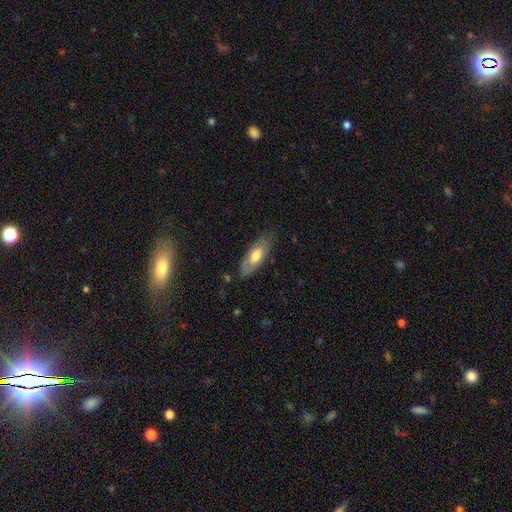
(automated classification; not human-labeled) Morphology: type=smooth (60%); roundness=in between (78%); merging=none (76%).